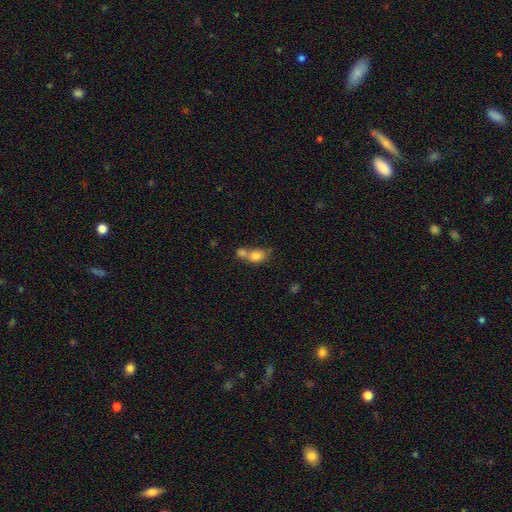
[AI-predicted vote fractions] Q: Smooth or featured?
A: smooth (77%); runner-up: featured or disk (14%)
Q: How rounded?
A: in between (64%); runner-up: round (33%)
Q: Merging?
A: merger (63%); runner-up: none (24%)